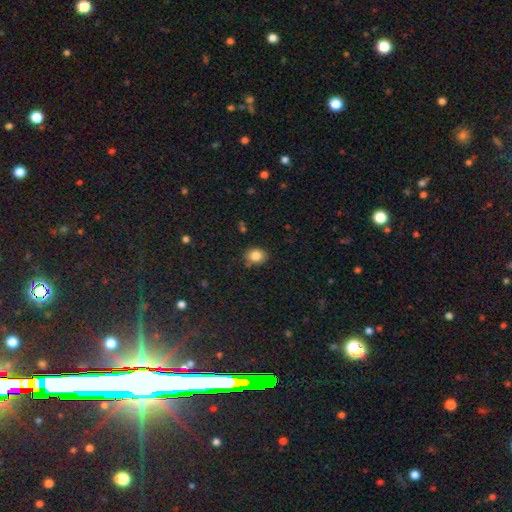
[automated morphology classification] smooth-or-featured: smooth: 85% | star or artifact: 10% | featured or disk: 5%
  how-rounded: round: 52% | in between: 47% | cigar-shaped: 1%
  merging: none: 82% | minor disturbance: 12% | merger: 3% | major disturbance: 3%